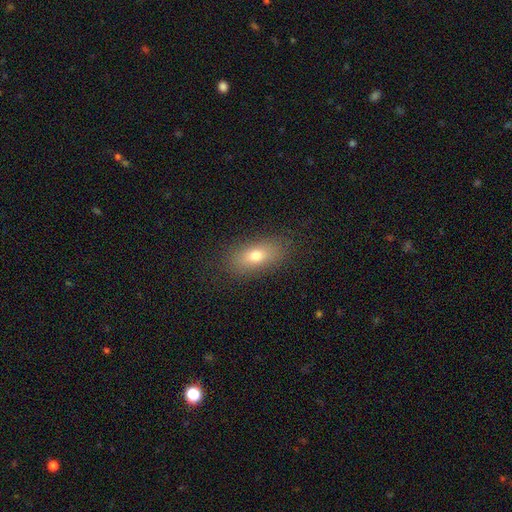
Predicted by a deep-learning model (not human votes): Morphology: type=smooth (73%); roundness=in between (82%); merging=none (85%).